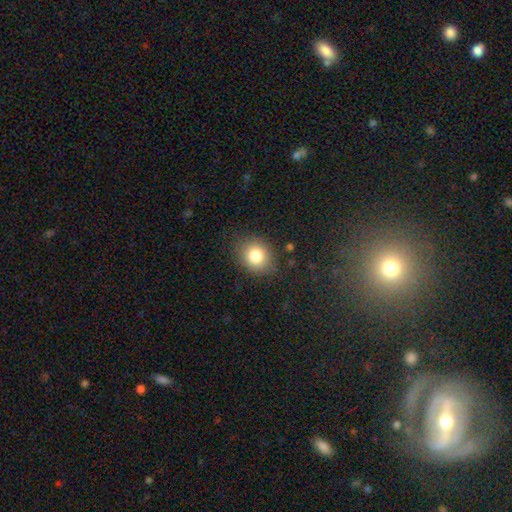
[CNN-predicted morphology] A smooth galaxy with no disk features (82%) that is round (68%). Merging: none (84%).